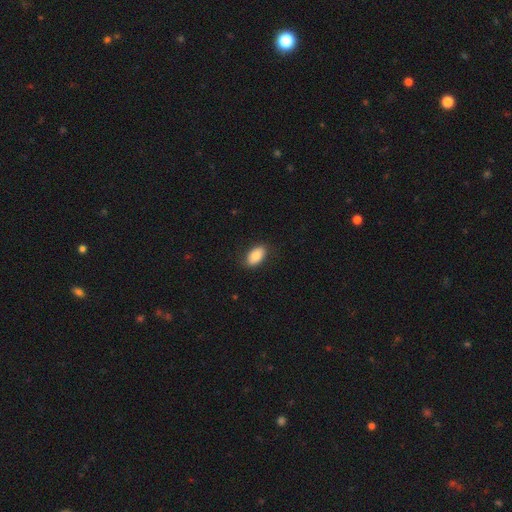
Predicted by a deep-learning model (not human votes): The model was most divided on "smooth or featured": smooth: 82%, featured or disk: 11%, star or artifact: 7%. More confident: how rounded — in between (92%); merging — none (85%).